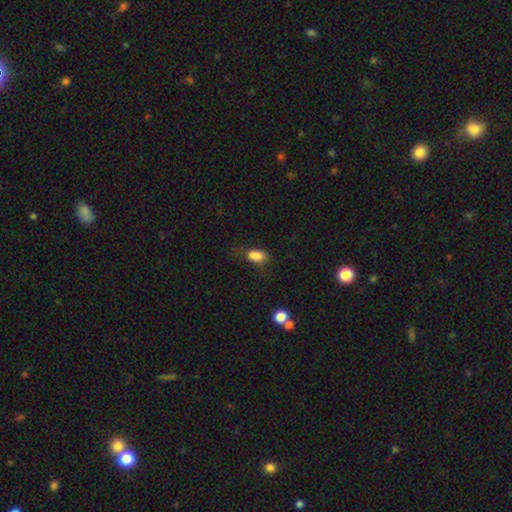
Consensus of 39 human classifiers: A smooth galaxy with no disk features (79%) that is in between round and cigar-shaped (74%).

Vote fractions:
- Smooth or featured? smooth: 79% / featured or disk: 10% / star or artifact: 10%
- How rounded? in between: 74% / round: 26% / cigar-shaped: 0%
- Merging? merger: 37% / none: 26% / minor disturbance: 23% / major disturbance: 14%